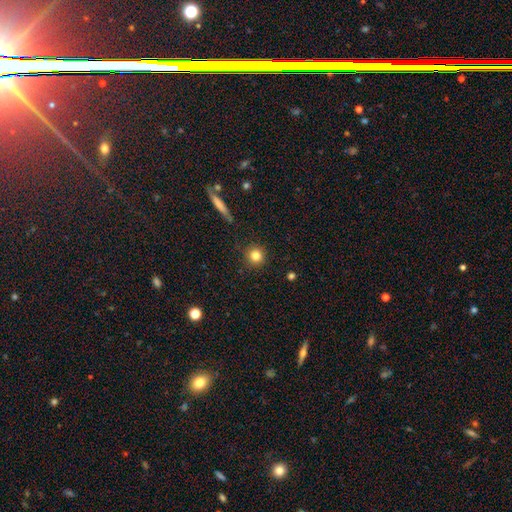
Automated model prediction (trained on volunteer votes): smooth_or_featured: smooth (p=0.82) [alt: star or artifact p=0.11]
how_rounded: round (p=0.94) [alt: in between p=0.05]
merging: none (p=0.89) [alt: minor disturbance p=0.07]